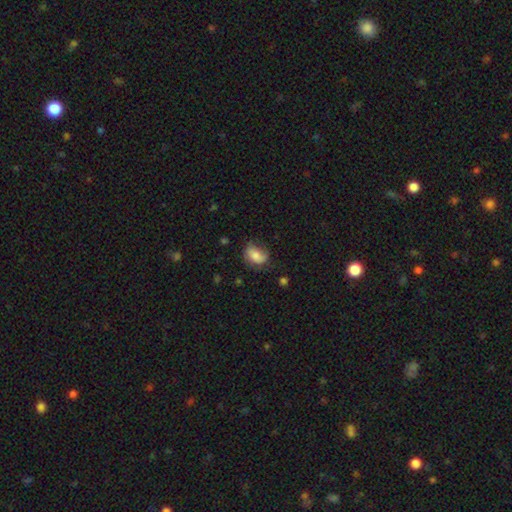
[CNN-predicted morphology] Overall: smooth (68%). How rounded: in between (76%). Merging: none (56%; minor disturbance 30%).